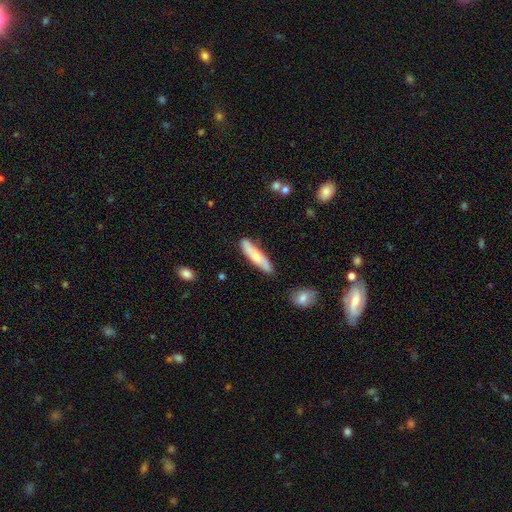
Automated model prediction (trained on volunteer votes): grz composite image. It shows a smooth galaxy with no disk features (57%) that is cigar-shaped (77%). Merging: none (82%).